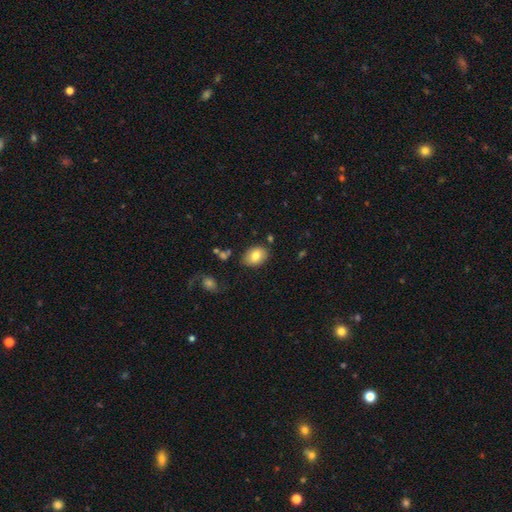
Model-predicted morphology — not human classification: Smooth or featured? smooth (79%)
How rounded? in between (76%)
Merging? none (81%)